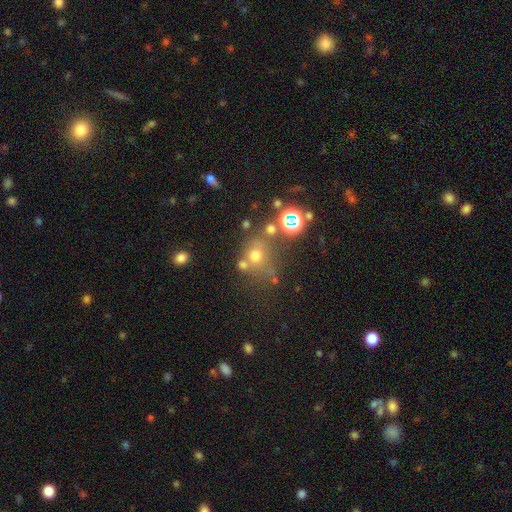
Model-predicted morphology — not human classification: Smooth or featured?
  - smooth: 60% *
  - star or artifact: 26%
  - featured or disk: 14%
How rounded?
  - round: 79% *
  - in between: 20%
  - cigar-shaped: 1%
Merging?
  - none: 57% *
  - merger: 21%
  - minor disturbance: 14%
  - major disturbance: 8%